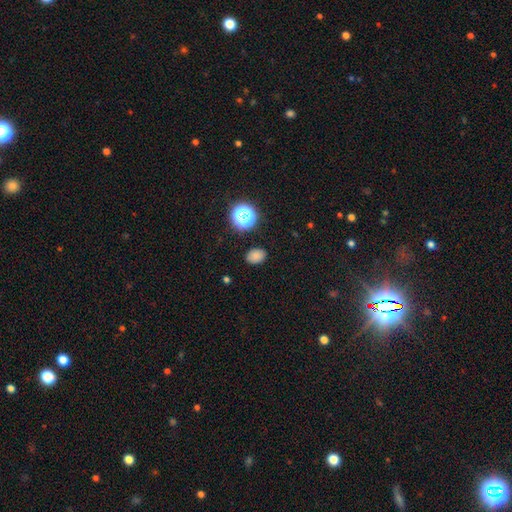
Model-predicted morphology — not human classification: Smooth or featured: smooth — 80% (star or artifact — 15%)
How rounded: in between — 68% (round — 31%)
Merging: none — 86% (minor disturbance — 10%)